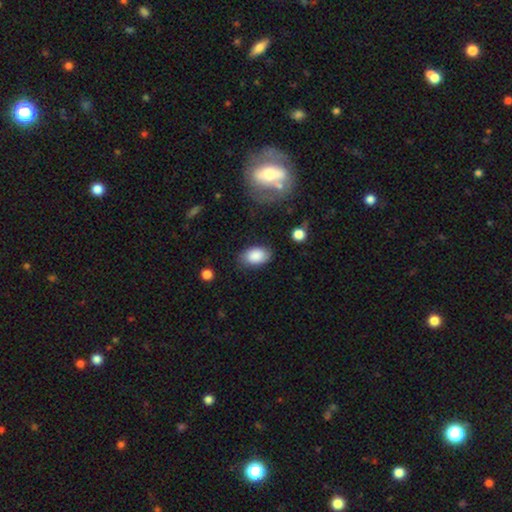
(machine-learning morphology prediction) A smooth galaxy with no disk features (86%) that is in between round and cigar-shaped (91%).

Vote fractions:
- Smooth or featured? smooth: 86% / featured or disk: 7% / star or artifact: 7%
- How rounded? in between: 91% / round: 8% / cigar-shaped: 1%
- Merging? none: 79% / minor disturbance: 15% / major disturbance: 4% / merger: 2%